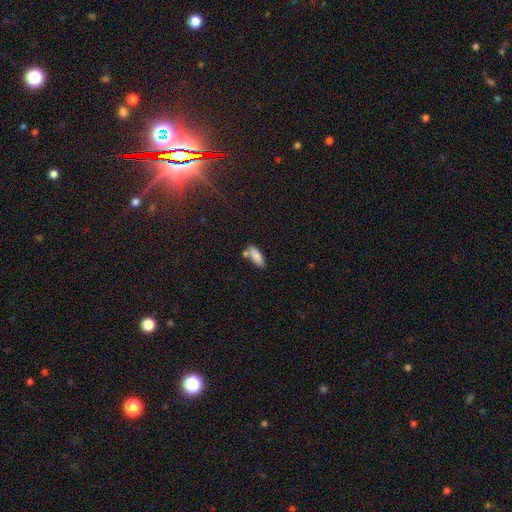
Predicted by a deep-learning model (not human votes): Smooth or featured: smooth — 85% (featured or disk — 8%)
How rounded: in between — 69% (cigar-shaped — 30%)
Merging: none — 66% (merger — 15%)